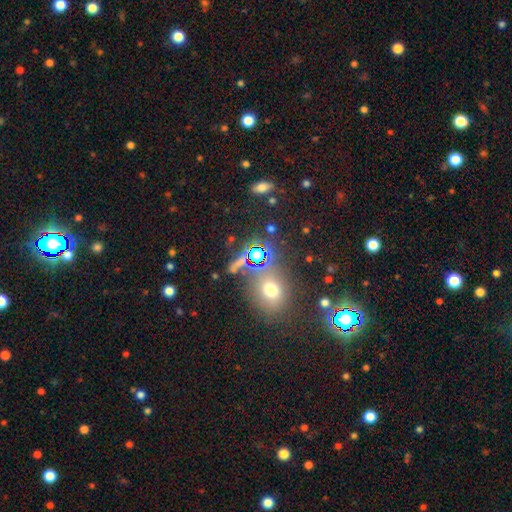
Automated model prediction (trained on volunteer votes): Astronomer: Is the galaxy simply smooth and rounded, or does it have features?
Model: star or artifact — 59%.